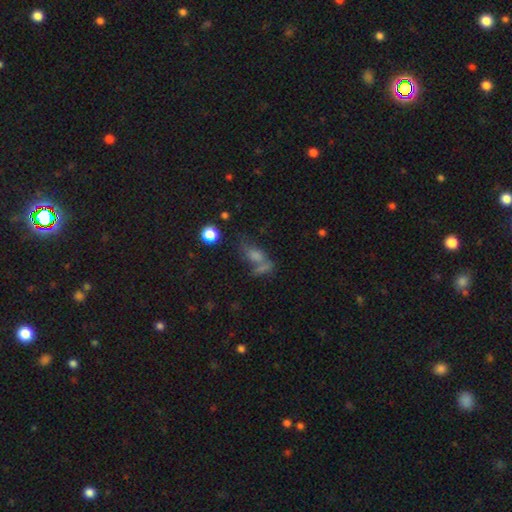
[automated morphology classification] Smooth or featured: smooth — 52% (featured or disk — 24%)
How rounded: in between — 62% (round — 19%)
Merging: none — 38% (merger — 32%)